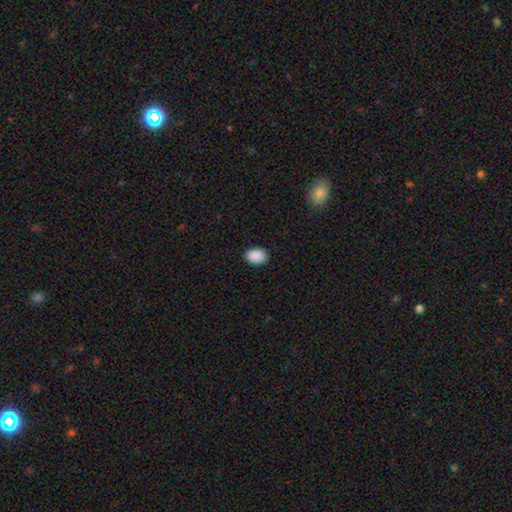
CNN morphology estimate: A smooth galaxy with no disk features (91%) that is in between round and cigar-shaped (85%). Merging: none (89%).